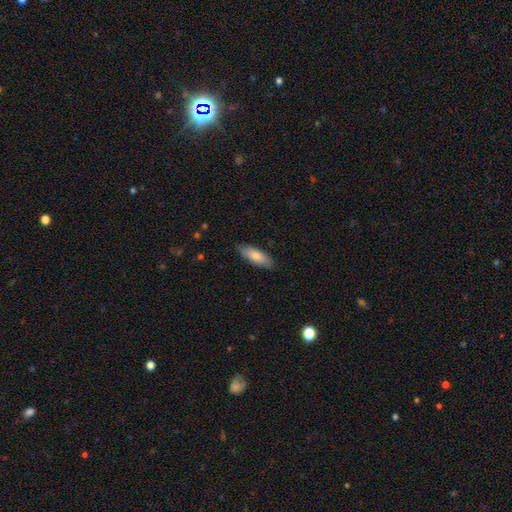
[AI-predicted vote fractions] The model was most divided on "how rounded": in between: 65%, cigar-shaped: 33%, round: 2%. More confident: merging — none (86%); smooth or featured — smooth (77%).